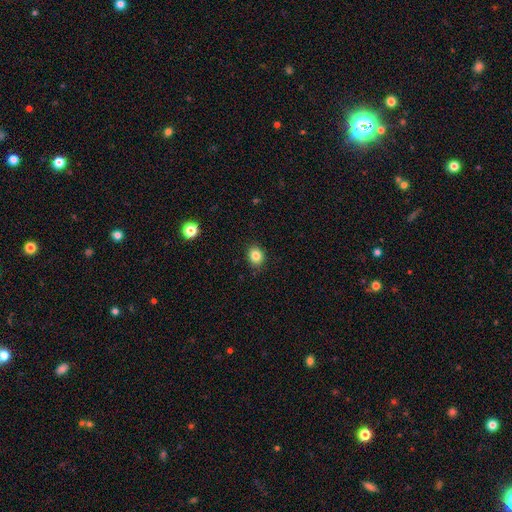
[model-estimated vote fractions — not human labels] Q: Smooth or featured?
A: smooth (84%); runner-up: star or artifact (11%)
Q: How rounded?
A: round (63%); runner-up: in between (36%)
Q: Merging?
A: none (88%); runner-up: minor disturbance (8%)